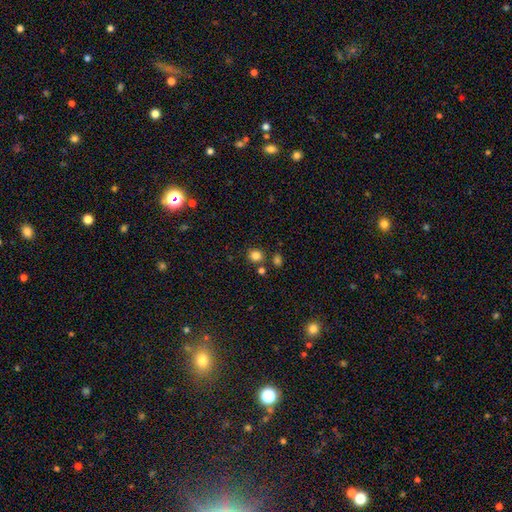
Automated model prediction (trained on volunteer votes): Smooth or featured? smooth (82%)
How rounded? round (82%)
Merging? none (77%)